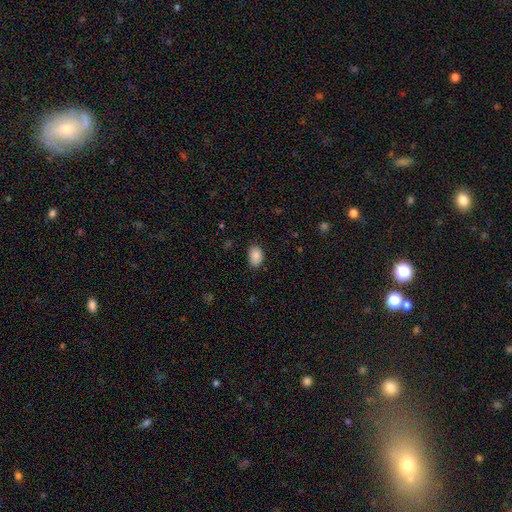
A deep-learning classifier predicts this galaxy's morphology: A smooth galaxy with no disk features (88%) that is in between round and cigar-shaped (84%).

Vote fractions:
- Smooth or featured? smooth: 88% / star or artifact: 8% / featured or disk: 3%
- How rounded? in between: 84% / round: 15% / cigar-shaped: 1%
- Merging? none: 79% / minor disturbance: 16% / major disturbance: 3% / merger: 1%